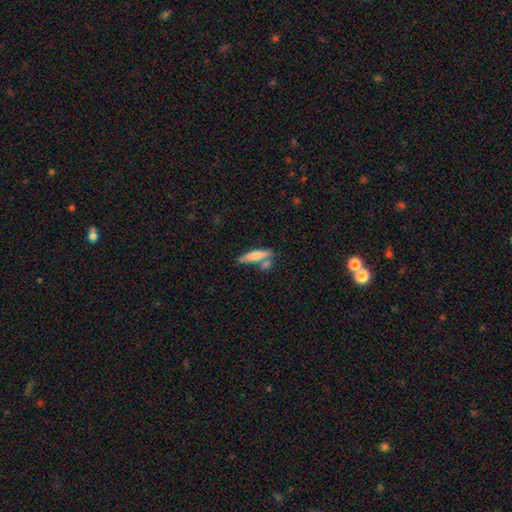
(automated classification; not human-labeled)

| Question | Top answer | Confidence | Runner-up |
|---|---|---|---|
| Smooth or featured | smooth | 68% | featured or disk (25%) |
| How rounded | cigar-shaped | 73% | in between (25%) |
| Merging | none | 58% | merger (24%) |